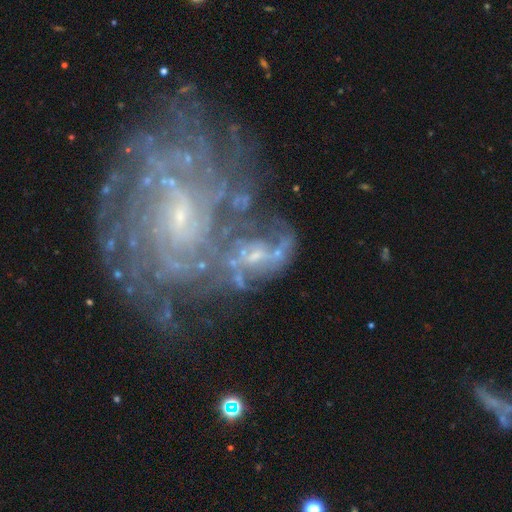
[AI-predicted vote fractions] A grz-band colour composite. It shows a featured or disk galaxy (78%) with no bar (52%), tight (52%) spiral arms (84%) and a small central bulge (61%). Merging: merger (51%).